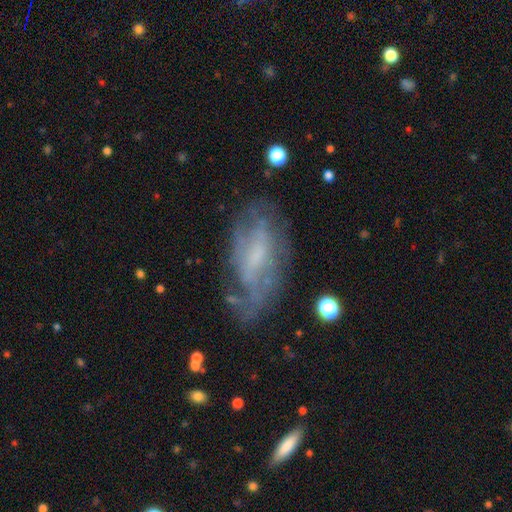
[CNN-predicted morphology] A featured or disk galaxy (65%) with no bar (48%), spiral arms (67%) and a small central bulge (35%).

Vote fractions:
- Smooth or featured? featured or disk: 65% / smooth: 26% / star or artifact: 9%
- Edge-on disk? no: 90% / yes: 10%
- Bar? no: 48% / weak: 40% / strong: 12%
- Spiral arms? yes: 67% / no: 33%
- Bulge size? small: 35% / none: 33% / moderate: 25% / large: 5% / dominant: 1%
- Merging? none: 56% / minor disturbance: 25% / major disturbance: 16% / merger: 3%